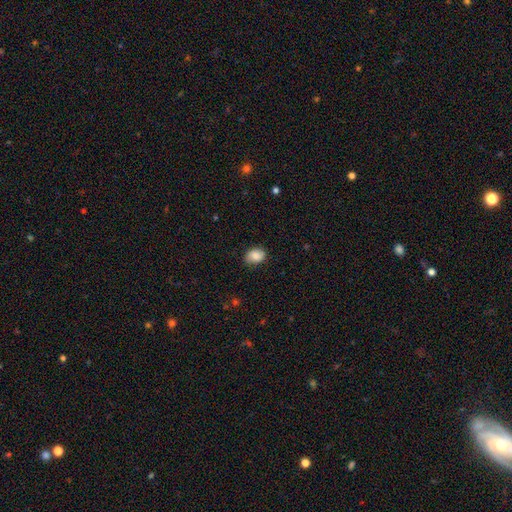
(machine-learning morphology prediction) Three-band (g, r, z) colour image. It shows a smooth galaxy with no disk features (83%) that is in between round and cigar-shaped (70%). Merging: none (79%).